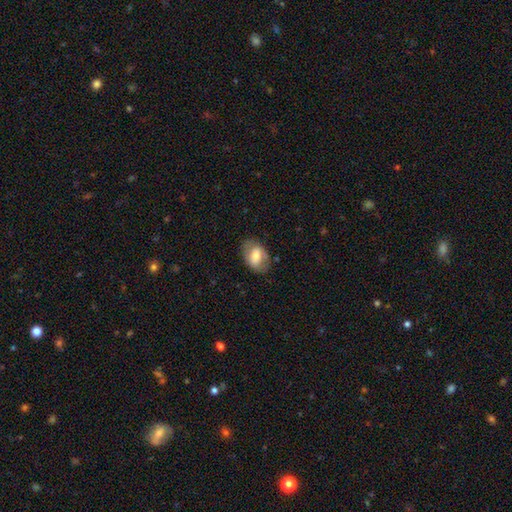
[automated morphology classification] Smooth or featured?
  - smooth: 59% *
  - featured or disk: 34%
  - star or artifact: 7%
How rounded?
  - in between: 85% *
  - round: 13%
  - cigar-shaped: 1%
Merging?
  - none: 74% *
  - minor disturbance: 18%
  - major disturbance: 7%
  - merger: 1%